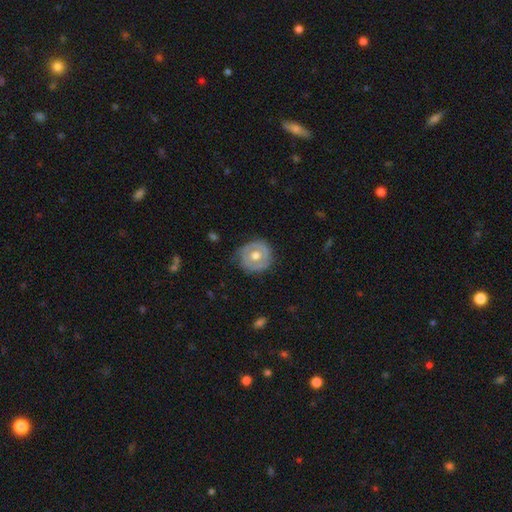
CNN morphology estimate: This appears to be a featured or disk galaxy (51%). Merging: none (78%).